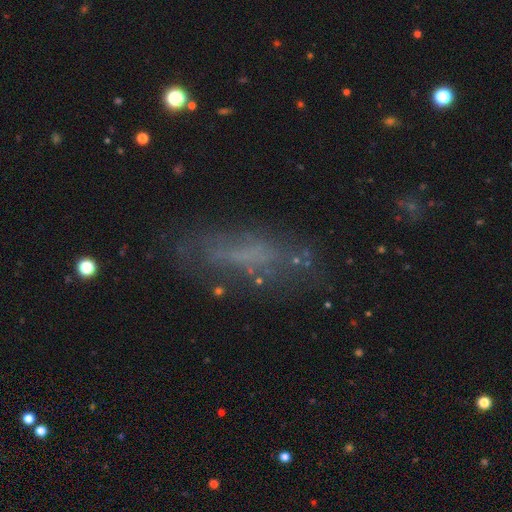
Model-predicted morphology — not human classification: Overall: smooth (43%; featured or disk 39%). Merging: none (63%).